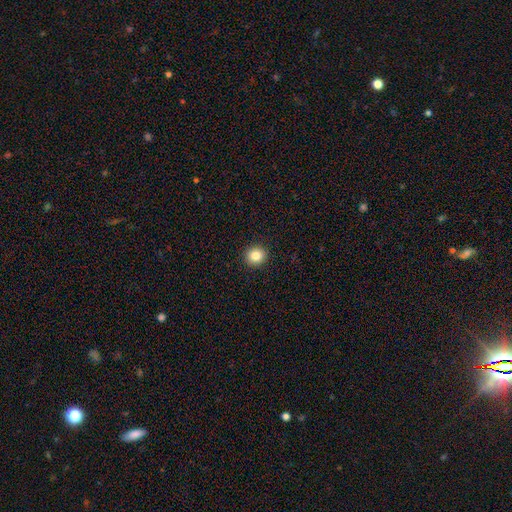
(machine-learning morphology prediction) Overall: smooth (84%). How rounded: round (91%). Merging: none (93%).